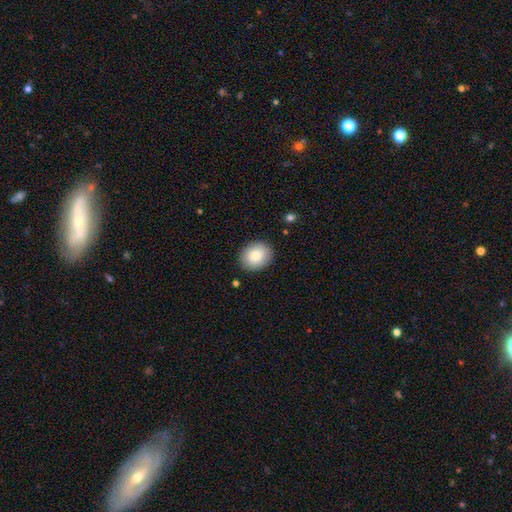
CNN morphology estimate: This appears to be a smooth galaxy with no disk features (85%) that is round (60%). Merging: none (88%).